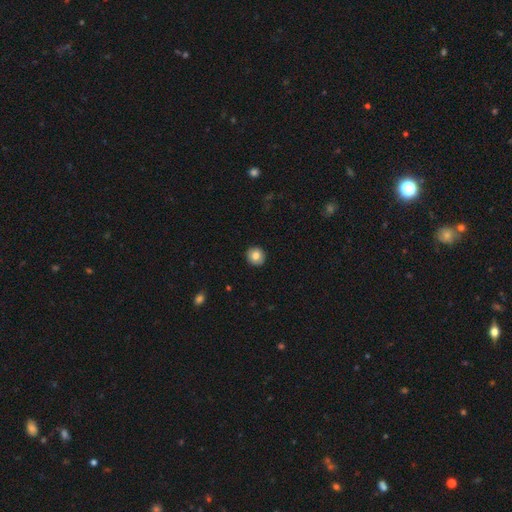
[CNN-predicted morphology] smooth_or_featured: smooth (p=0.80) [alt: featured or disk p=0.12]
how_rounded: round (p=0.91) [alt: in between p=0.08]
merging: none (p=0.91) [alt: minor disturbance p=0.06]